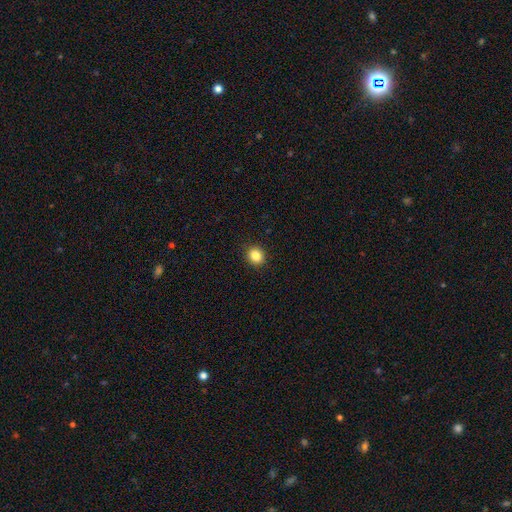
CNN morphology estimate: smooth-or-featured: smooth: 85% | star or artifact: 11% | featured or disk: 4%
  how-rounded: round: 79% | in between: 20% | cigar-shaped: 1%
  merging: none: 92% | minor disturbance: 6% | major disturbance: 2% | merger: 1%